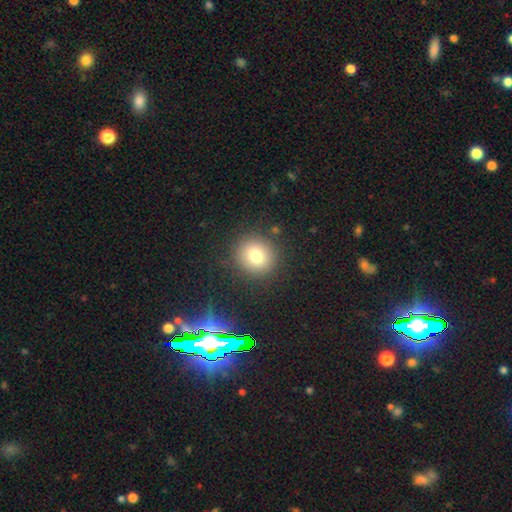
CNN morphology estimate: smooth-or-featured: smooth: 76% | star or artifact: 14% | featured or disk: 10%
  how-rounded: round: 87% | in between: 12% | cigar-shaped: 1%
  merging: none: 86% | minor disturbance: 8% | major disturbance: 4% | merger: 2%